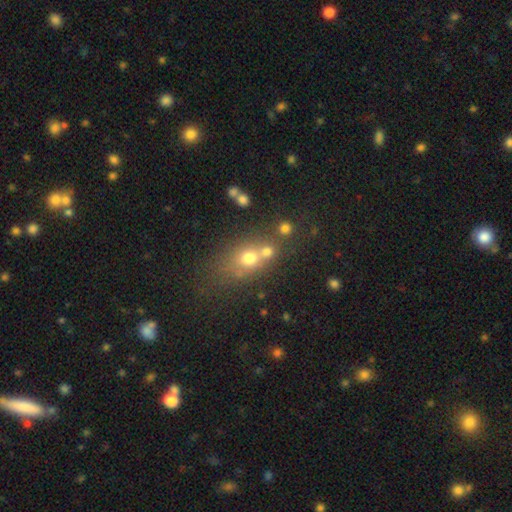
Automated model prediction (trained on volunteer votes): Q: Smooth or featured?
A: smooth (57%); runner-up: star or artifact (23%)
Q: How rounded?
A: round (54%); runner-up: in between (42%)
Q: Merging?
A: none (45%); runner-up: merger (38%)